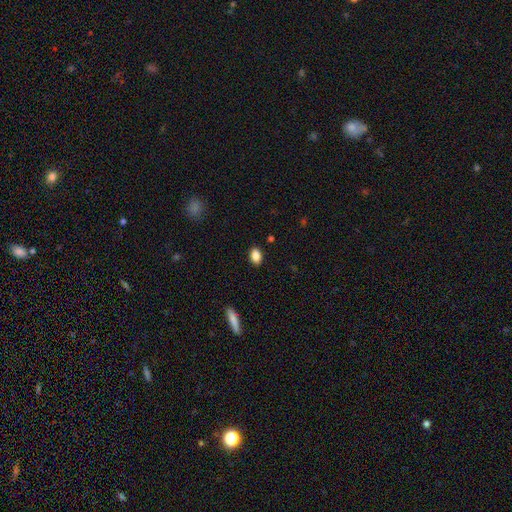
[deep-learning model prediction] Overall: smooth (87%). How rounded: in between (80%). Merging: none (88%).